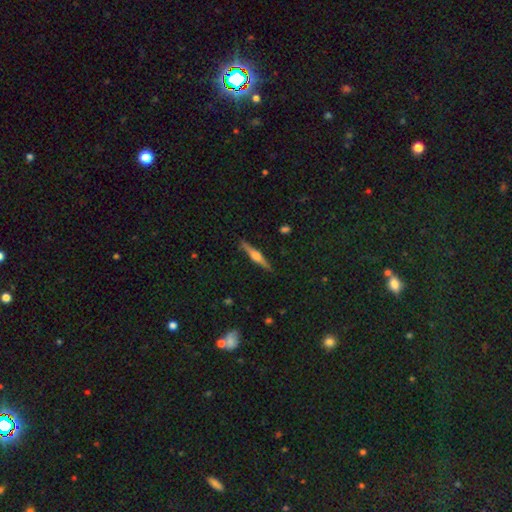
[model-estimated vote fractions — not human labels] This appears to be a featured or disk galaxy (67%) viewed edge-on (97%) with a rounded central bulge (87%). Merging: none (89%).